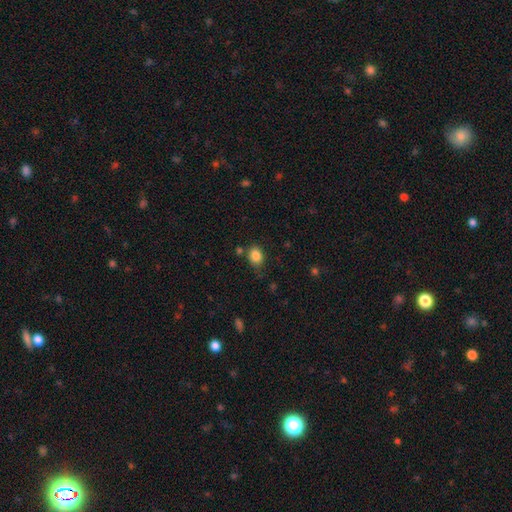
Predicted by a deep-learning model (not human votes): smooth 85%, star or artifact 10%, featured or disk 5%. Down the decision tree: how rounded — in between (64%); merging — none (73%).